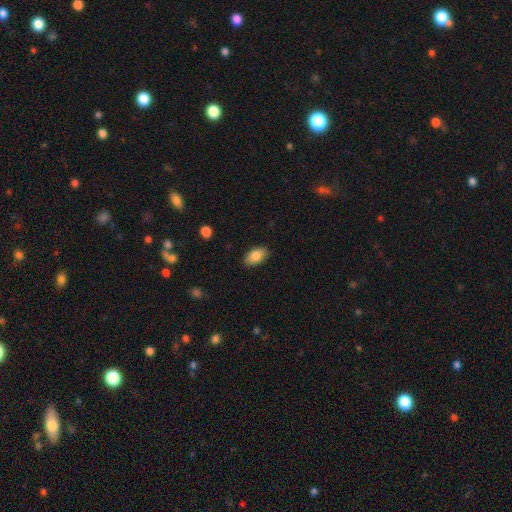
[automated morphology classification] Smooth or featured: smooth — 86% (star or artifact — 7%)
How rounded: in between — 93% (round — 5%)
Merging: none — 86% (minor disturbance — 10%)